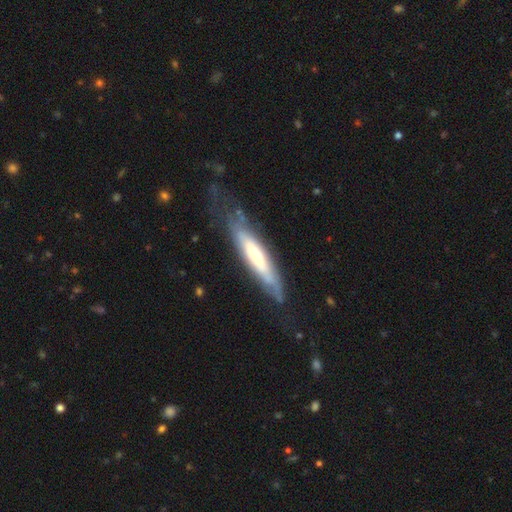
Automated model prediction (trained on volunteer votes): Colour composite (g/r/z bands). It shows a featured or disk galaxy (56%) viewed edge-on (62%). Merging: none (68%).